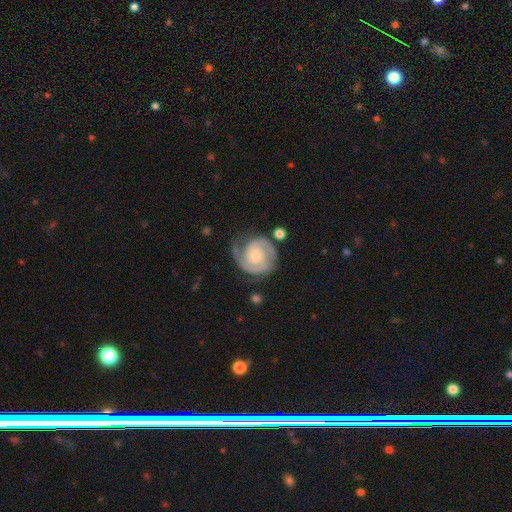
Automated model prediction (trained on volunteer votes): Smooth or featured?
  - featured or disk: 88% *
  - smooth: 7%
  - star or artifact: 4%
Edge-on disk?
  - no: 98% *
  - yes: 2%
Bar?
  - no: 66% *
  - weak: 27%
  - strong: 7%
Spiral arms?
  - yes: 98% *
  - no: 2%
Spiral winding?
  - tight: 68% *
  - medium: 28%
  - loose: 4%
Spiral arm count?
  - 2: 79% *
  - 3: 8%
  - can't tell: 5%
  - 1: 4%
  - 4: 2%
  - more than 4: 2%
Bulge size?
  - small: 59% *
  - moderate: 32%
  - none: 6%
  - large: 3%
  - dominant: 1%
Merging?
  - none: 70% *
  - minor disturbance: 19%
  - major disturbance: 8%
  - merger: 4%